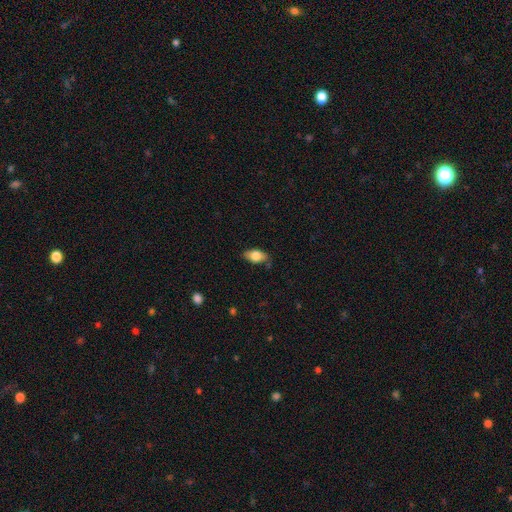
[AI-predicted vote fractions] Smooth or featured? Predicted: smooth (p=0.77). How rounded? Predicted: in between (p=0.90). Merging? Predicted: none (p=0.78).